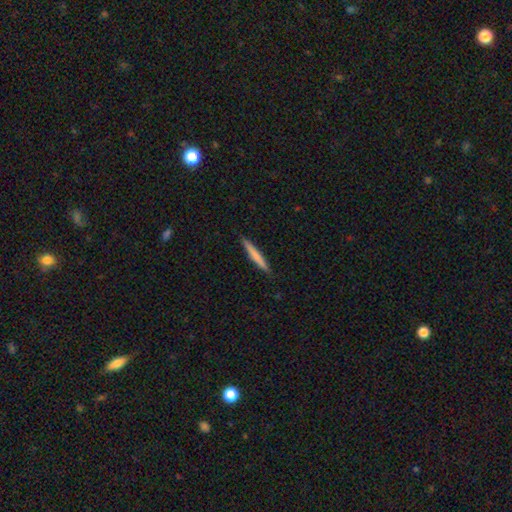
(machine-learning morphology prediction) Smooth or featured: smooth — 70% (featured or disk — 25%)
How rounded: cigar-shaped — 96% (in between — 3%)
Merging: none — 90% (minor disturbance — 8%)